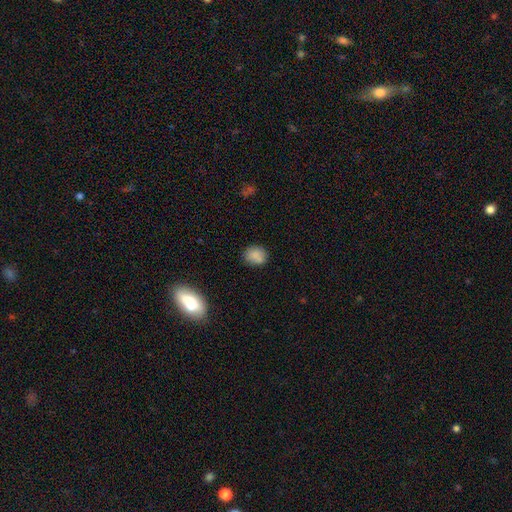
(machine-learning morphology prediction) This is clearly a smooth galaxy (83%). How rounded: possibly round (57%). Merging: likely none (73%).